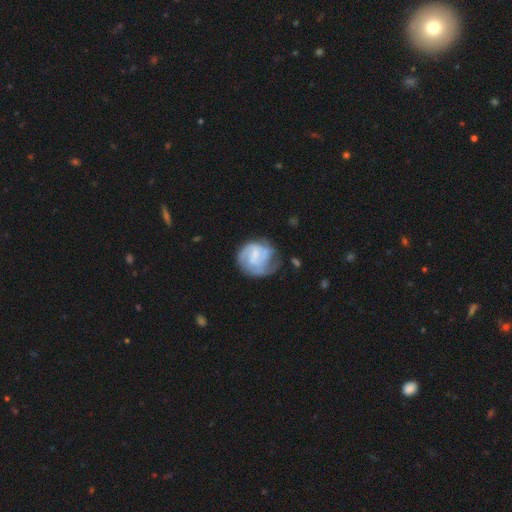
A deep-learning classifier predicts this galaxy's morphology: Smooth or featured?
  - featured or disk: 58% *
  - smooth: 35%
  - star or artifact: 7%
Edge-on disk?
  - no: 98% *
  - yes: 2%
Bar?
  - weak: 45% *
  - no: 42%
  - strong: 13%
Spiral arms?
  - yes: 72% *
  - no: 28%
Bulge size?
  - none: 36% *
  - small: 34%
  - moderate: 23%
  - large: 5%
  - dominant: 1%
Merging?
  - none: 39% *
  - minor disturbance: 29%
  - major disturbance: 28%
  - merger: 3%